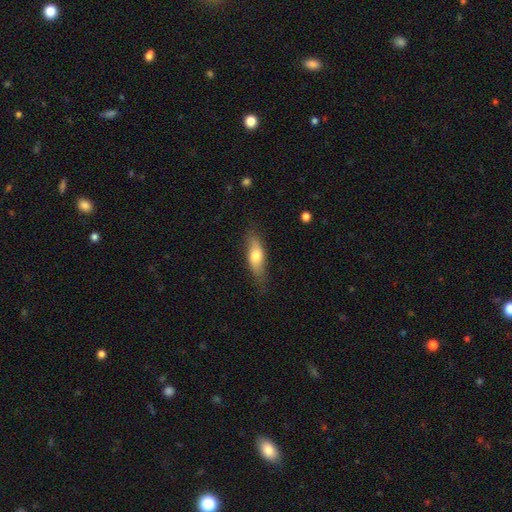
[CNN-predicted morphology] Q: Smooth or featured?
A: smooth (67%); runner-up: featured or disk (26%)
Q: How rounded?
A: in between (60%); runner-up: cigar-shaped (37%)
Q: Merging?
A: none (72%); runner-up: minor disturbance (22%)